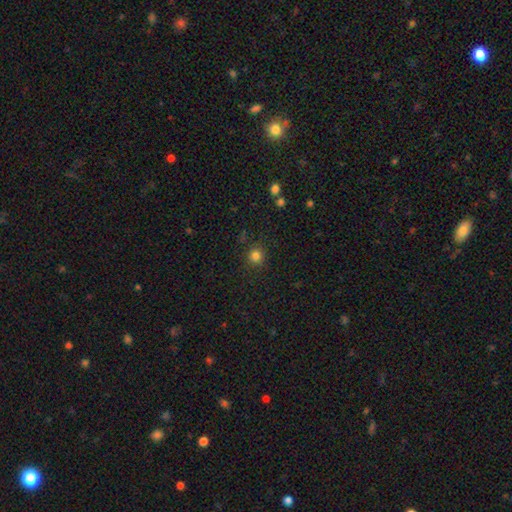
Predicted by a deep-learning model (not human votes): This appears to be a smooth galaxy with no disk features (81%) that is round (93%). Merging: none (89%).